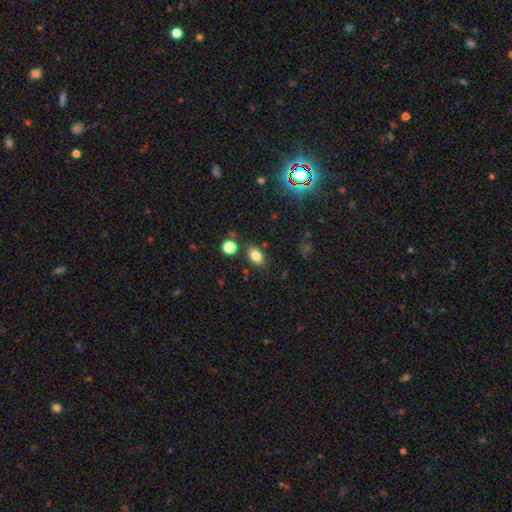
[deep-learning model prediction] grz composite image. It shows a smooth galaxy with no disk features (81%) that is in between round and cigar-shaped (83%). Merging: none (81%).